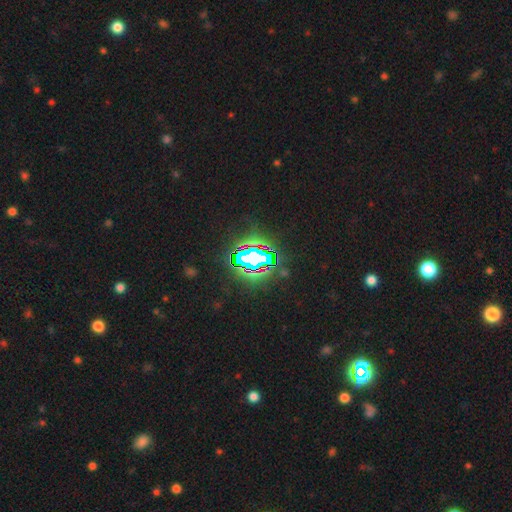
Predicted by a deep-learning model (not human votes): smooth_or_featured: star or artifact (p=0.82) [alt: smooth p=0.10]